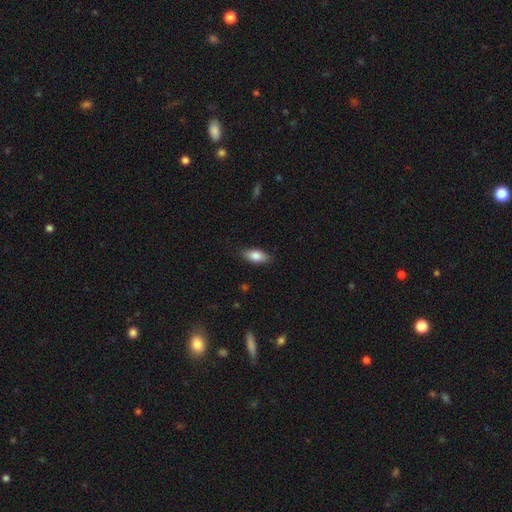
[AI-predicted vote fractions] This appears to be a smooth galaxy with no disk features (82%) that is in between round and cigar-shaped (86%). Merging: none (85%).